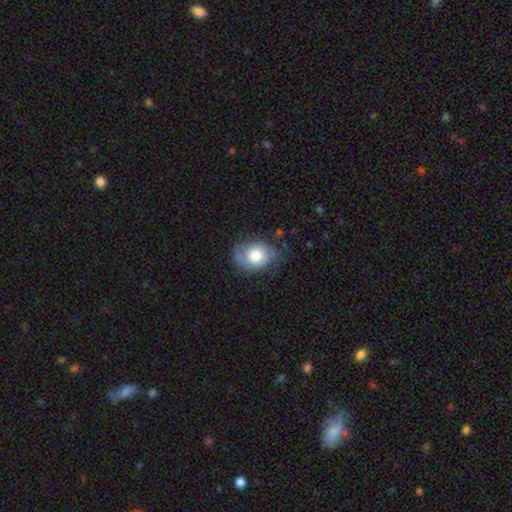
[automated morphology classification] This is possibly a smooth galaxy (50%). How rounded: likely in between (61%). Merging: likely none (63%).